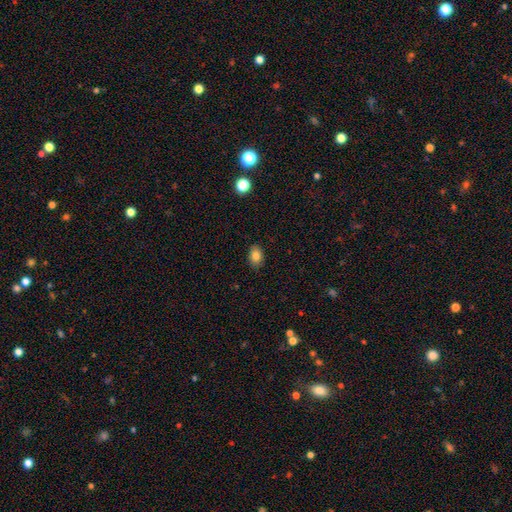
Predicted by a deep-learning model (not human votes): This is clearly a smooth galaxy (83%). How rounded: likely in between (78%). Merging: clearly none (87%).